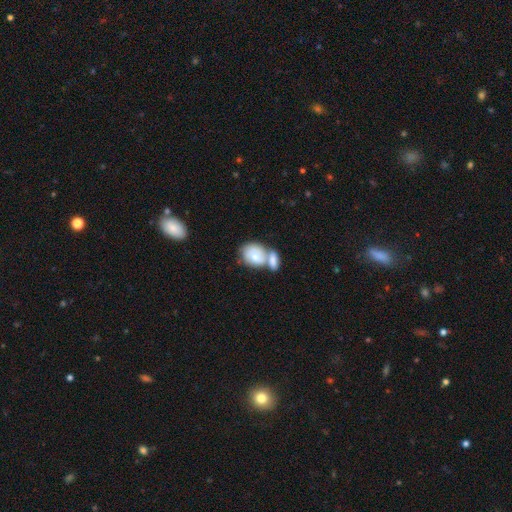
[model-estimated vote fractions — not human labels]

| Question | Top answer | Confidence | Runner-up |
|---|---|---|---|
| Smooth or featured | smooth | 65% | featured or disk (29%) |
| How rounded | in between | 62% | round (36%) |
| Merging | merger | 64% | none (21%) |